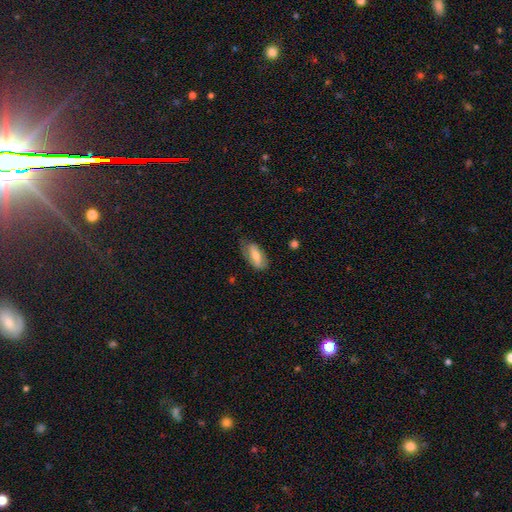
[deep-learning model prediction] This is likely a smooth galaxy (60%). How rounded: clearly in between (85%). Merging: likely none (61%).